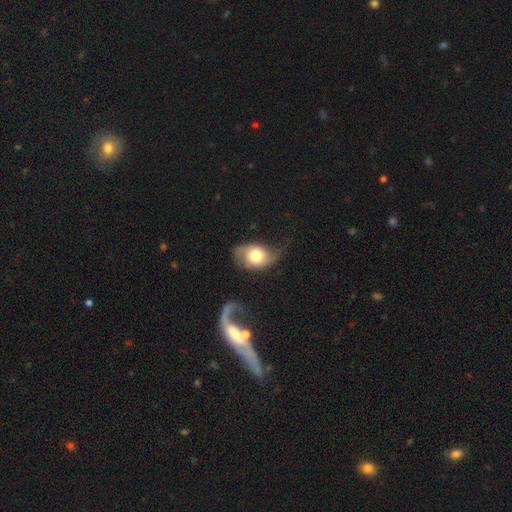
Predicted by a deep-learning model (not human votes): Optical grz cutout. It shows a featured or disk galaxy (47%). Merging: none (40%).